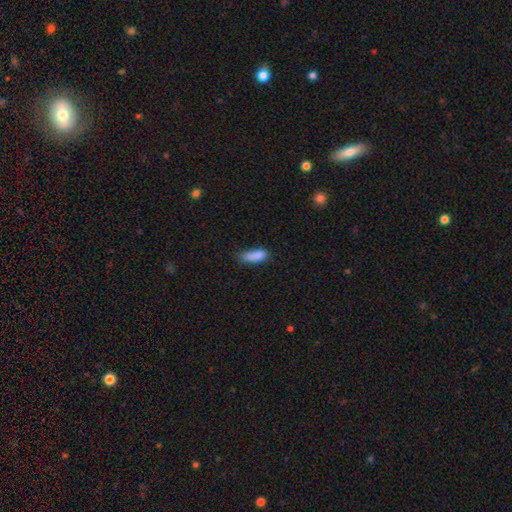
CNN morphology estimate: Smooth or featured: smooth — 85% (star or artifact — 9%)
How rounded: in between — 66% (cigar-shaped — 32%)
Merging: none — 49% (minor disturbance — 35%)